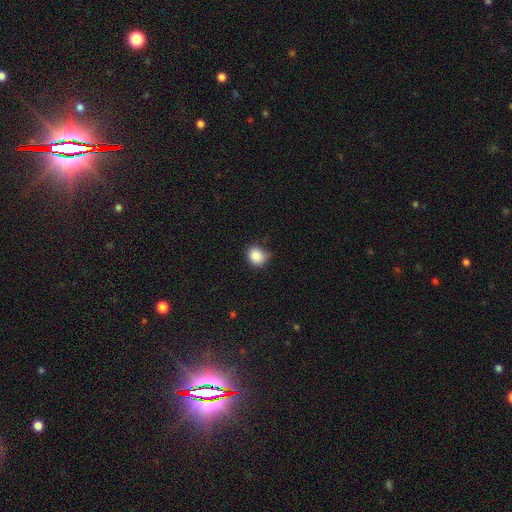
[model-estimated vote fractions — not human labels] Smooth or featured? Predicted: smooth (p=0.87). How rounded? Predicted: round (p=0.72). Merging? Predicted: none (p=0.68).